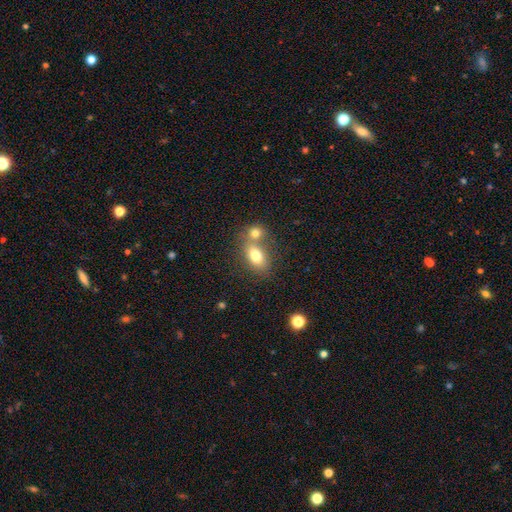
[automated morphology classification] This is likely a smooth galaxy (76%). How rounded: clearly in between (81%). Merging: possibly merger (48%).